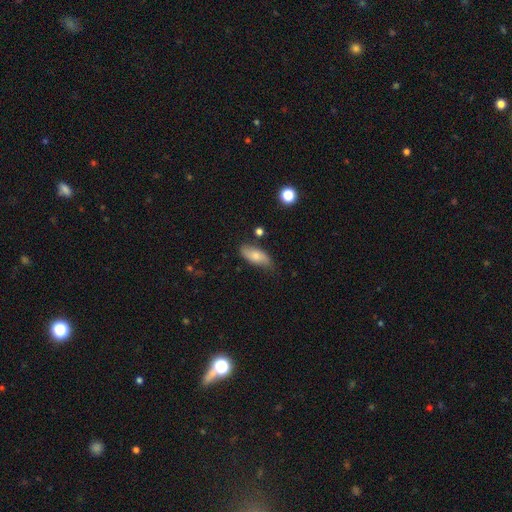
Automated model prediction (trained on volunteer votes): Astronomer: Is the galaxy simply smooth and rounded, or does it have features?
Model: smooth — 70%.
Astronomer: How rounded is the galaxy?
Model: in between — 82%.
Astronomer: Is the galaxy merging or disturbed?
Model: none — 69%.